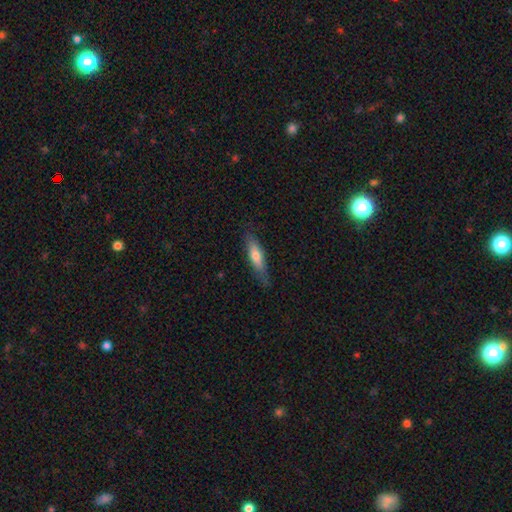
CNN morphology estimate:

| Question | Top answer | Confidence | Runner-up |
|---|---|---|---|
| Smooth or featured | smooth | 64% | featured or disk (30%) |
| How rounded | cigar-shaped | 68% | in between (30%) |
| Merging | none | 78% | minor disturbance (18%) |